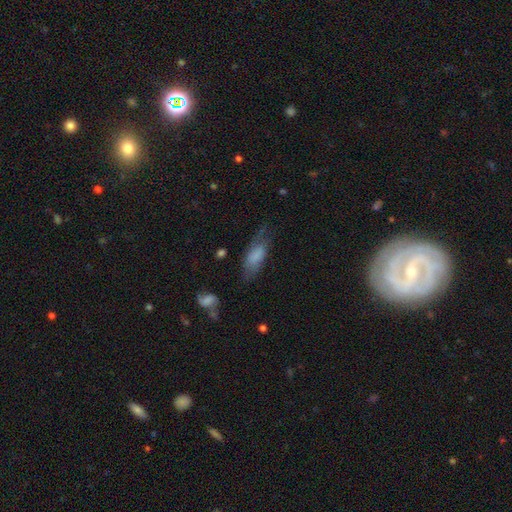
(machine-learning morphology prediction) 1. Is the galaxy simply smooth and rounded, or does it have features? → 70% smooth, 23% featured or disk, 7% star or artifact.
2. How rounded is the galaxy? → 72% in between, 25% cigar-shaped, 3% round.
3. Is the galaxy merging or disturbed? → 54% none, 28% minor disturbance, 15% major disturbance, 3% merger.